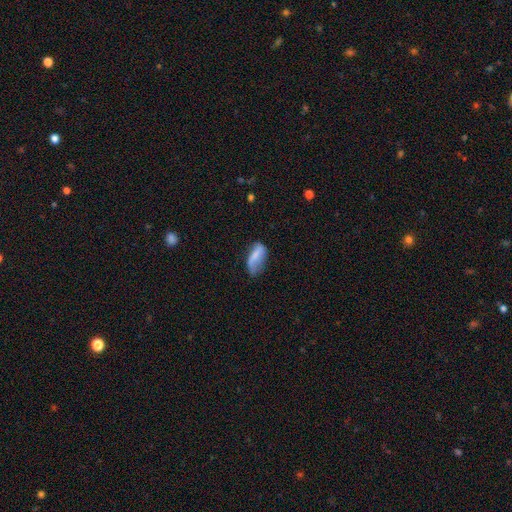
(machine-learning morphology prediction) Overall: smooth (60%; featured or disk 32%). How rounded: in between (86%). Merging: none (39%; minor disturbance 37%).